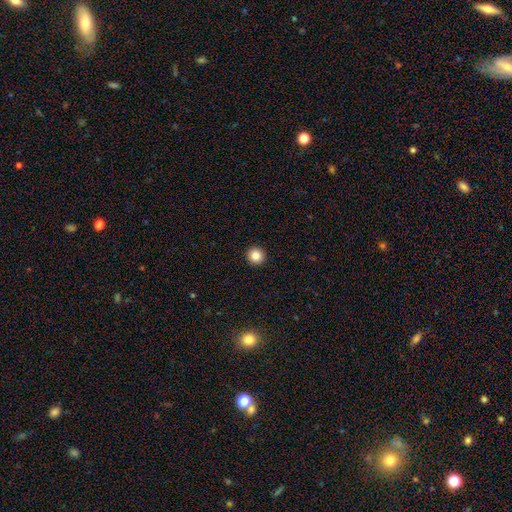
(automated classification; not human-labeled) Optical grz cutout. It shows a smooth galaxy with no disk features (84%) that is round (96%). Merging: none (94%).